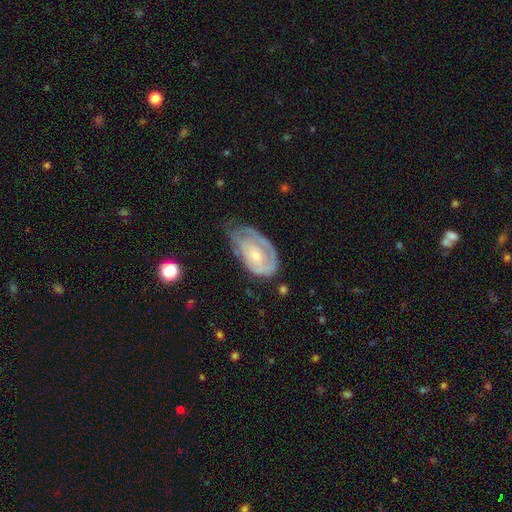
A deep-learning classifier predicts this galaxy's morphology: A featured or disk galaxy (66%) with no bar (73%), spiral arms (73%) and a small central bulge (58%).

Vote fractions:
- Smooth or featured? featured or disk: 66% / smooth: 28% / star or artifact: 6%
- Edge-on disk? no: 95% / yes: 5%
- Bar? no: 73% / weak: 23% / strong: 4%
- Spiral arms? yes: 73% / no: 27%
- Bulge size? small: 58% / moderate: 35% / none: 4% / large: 3% / dominant: 1%
- Merging? none: 41% / minor disturbance: 34% / major disturbance: 23% / merger: 2%